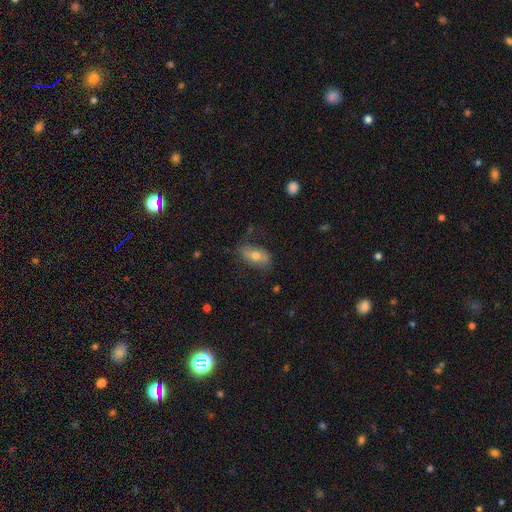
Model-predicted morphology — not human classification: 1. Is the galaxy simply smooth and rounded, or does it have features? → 57% smooth, 34% featured or disk, 9% star or artifact.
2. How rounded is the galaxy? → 85% in between, 9% cigar-shaped, 6% round.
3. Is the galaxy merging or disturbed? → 70% none, 21% minor disturbance, 7% major disturbance, 2% merger.